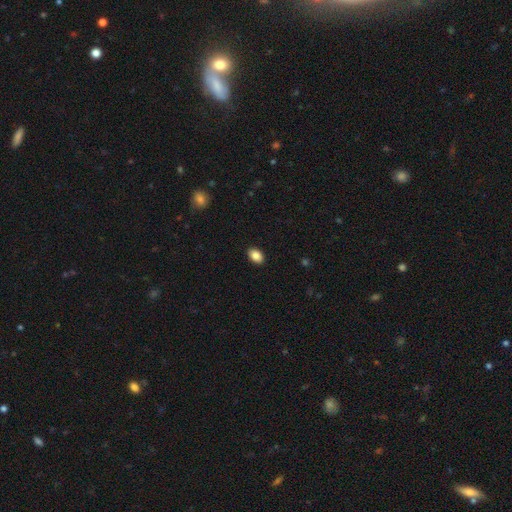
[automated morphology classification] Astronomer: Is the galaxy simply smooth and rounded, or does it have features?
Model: smooth — 87%.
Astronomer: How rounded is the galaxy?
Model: in between — 85%.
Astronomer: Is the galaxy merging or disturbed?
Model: none — 90%.